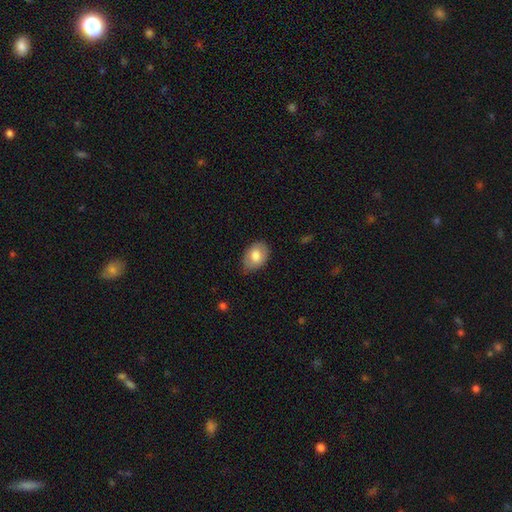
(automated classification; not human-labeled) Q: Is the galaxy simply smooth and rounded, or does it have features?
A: smooth — 77%.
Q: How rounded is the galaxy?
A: in between — 81%.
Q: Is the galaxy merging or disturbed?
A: none — 75%.